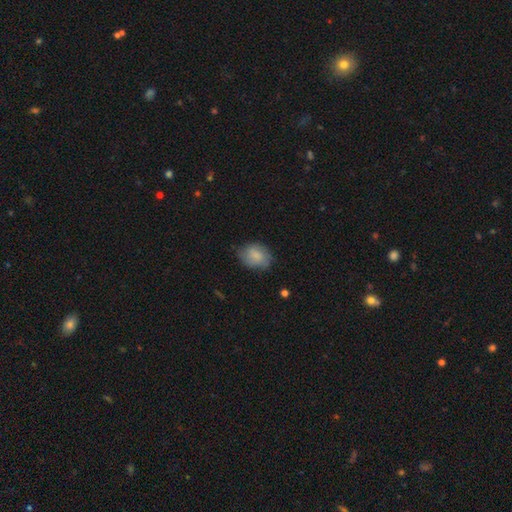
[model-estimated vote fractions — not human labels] A smooth galaxy with no disk features (79%) that is in between round and cigar-shaped (64%).

Vote fractions:
- Smooth or featured? smooth: 79% / featured or disk: 14% / star or artifact: 7%
- How rounded? in between: 64% / round: 35% / cigar-shaped: 1%
- Merging? none: 67% / minor disturbance: 25% / major disturbance: 6% / merger: 1%